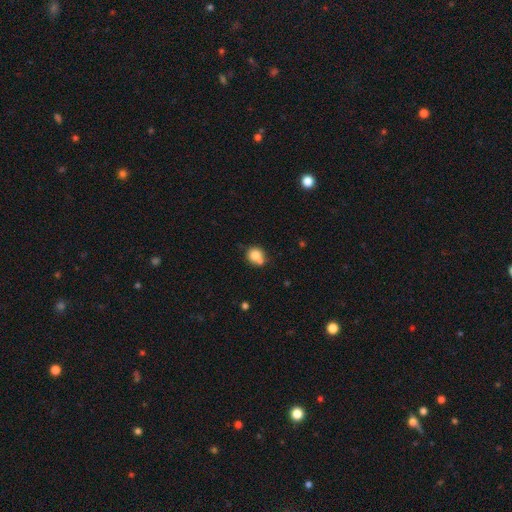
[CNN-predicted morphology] type=smooth (80%); roundness=round (79%); merging=none (50%).